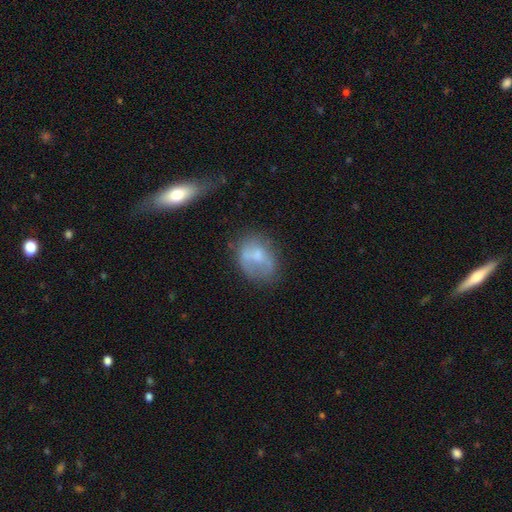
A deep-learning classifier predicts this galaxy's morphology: A smooth galaxy with no disk features (54%) that is in between round and cigar-shaped (59%).

Vote fractions:
- Smooth or featured? smooth: 54% / featured or disk: 36% / star or artifact: 10%
- How rounded? in between: 59% / round: 40% / cigar-shaped: 1%
- Merging? none: 43% / minor disturbance: 29% / major disturbance: 20% / merger: 8%